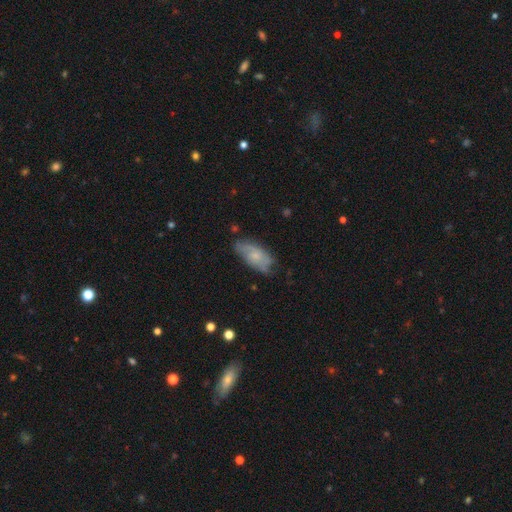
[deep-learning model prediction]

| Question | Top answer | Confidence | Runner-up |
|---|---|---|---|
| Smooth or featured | featured or disk | 47% | smooth (46%) |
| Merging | none | 63% | minor disturbance (27%) |